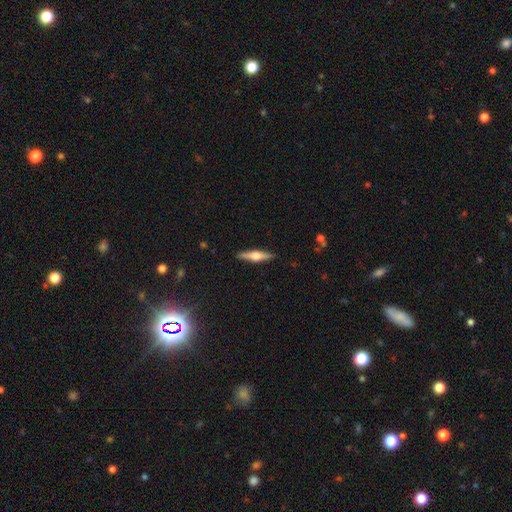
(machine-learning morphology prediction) Smooth or featured: featured or disk — 62% (smooth — 32%)
Edge-on disk: yes — 97% (no — 3%)
Edge-on bulge: rounded — 90% (boxy — 7%)
Merging: none — 90% (minor disturbance — 8%)